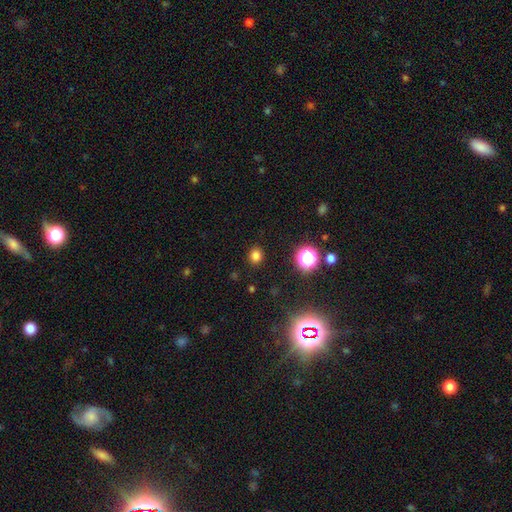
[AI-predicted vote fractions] Morphology: type=smooth (79%); roundness=round (76%); merging=none (90%).